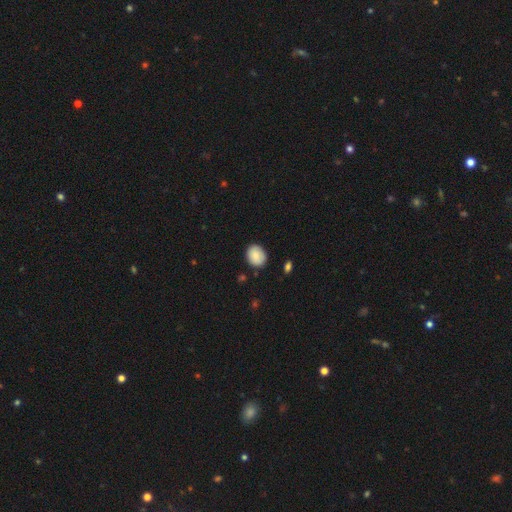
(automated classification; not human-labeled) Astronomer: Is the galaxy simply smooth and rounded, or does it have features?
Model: smooth — 85%.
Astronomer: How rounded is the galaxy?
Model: round — 57% (runner-up: in between, 42%).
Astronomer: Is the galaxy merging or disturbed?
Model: none — 83%.